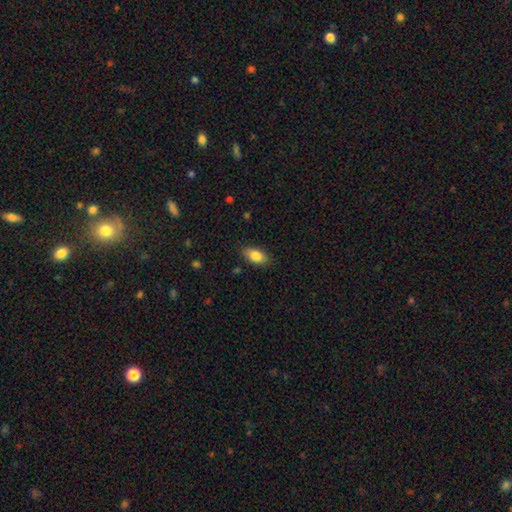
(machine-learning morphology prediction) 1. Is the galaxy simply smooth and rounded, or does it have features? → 84% smooth, 9% featured or disk, 7% star or artifact.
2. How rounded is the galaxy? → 90% in between, 5% round, 5% cigar-shaped.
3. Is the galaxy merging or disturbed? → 84% none, 13% minor disturbance, 3% major disturbance, 1% merger.